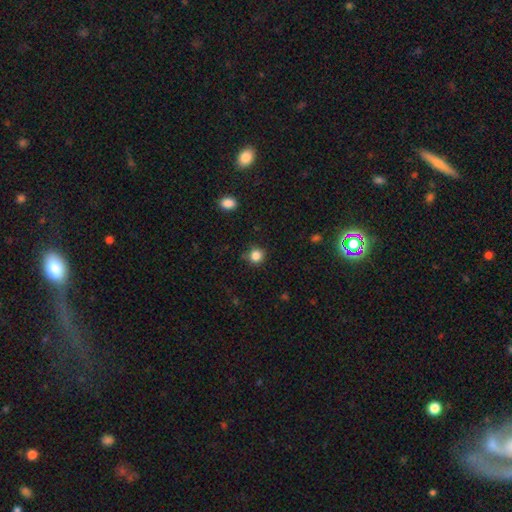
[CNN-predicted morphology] The model was most divided on "merging": none: 83%, minor disturbance: 13%, major disturbance: 3%, merger: 2%. More confident: how rounded — round (89%); smooth or featured — smooth (85%).